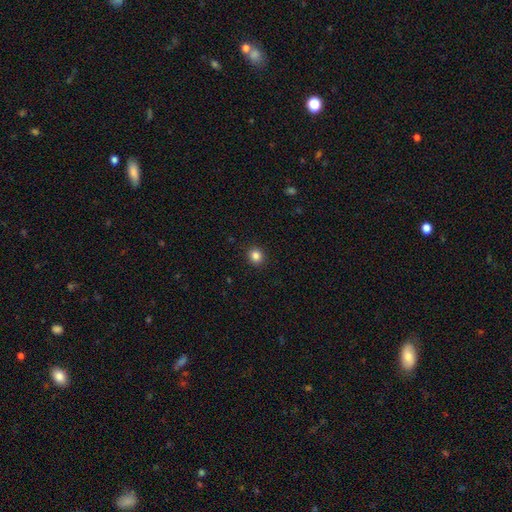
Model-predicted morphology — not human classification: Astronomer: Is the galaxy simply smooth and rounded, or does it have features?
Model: smooth — 85%.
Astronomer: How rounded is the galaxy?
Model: round — 81%.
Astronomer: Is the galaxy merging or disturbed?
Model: none — 91%.